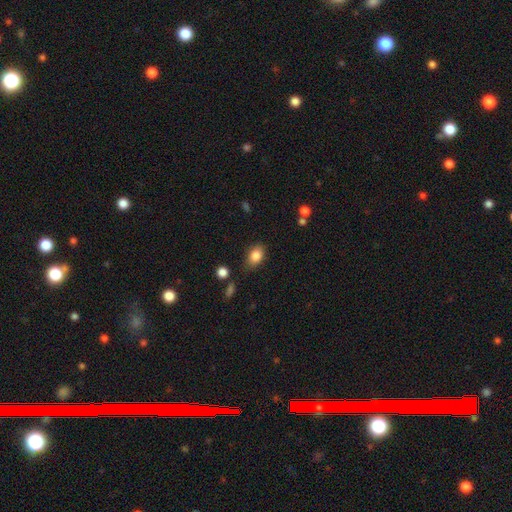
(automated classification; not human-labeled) Smooth or featured?
  - smooth: 84% *
  - star or artifact: 9%
  - featured or disk: 7%
How rounded?
  - in between: 79% *
  - round: 20%
  - cigar-shaped: 1%
Merging?
  - none: 77% *
  - minor disturbance: 17%
  - major disturbance: 4%
  - merger: 3%